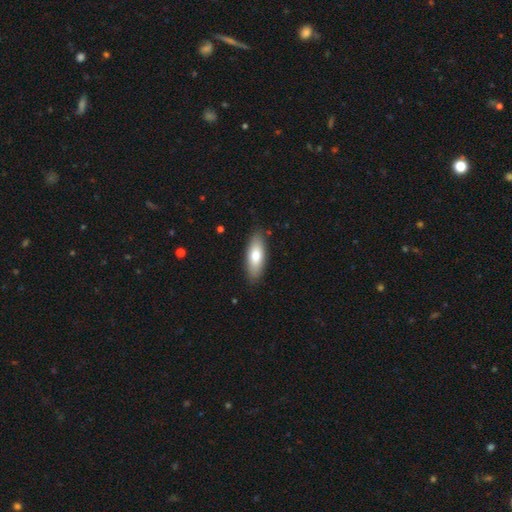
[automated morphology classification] Smooth or featured?
  - smooth: 73% *
  - featured or disk: 21%
  - star or artifact: 6%
How rounded?
  - in between: 72% *
  - cigar-shaped: 26%
  - round: 2%
Merging?
  - none: 87% *
  - minor disturbance: 10%
  - major disturbance: 2%
  - merger: 1%